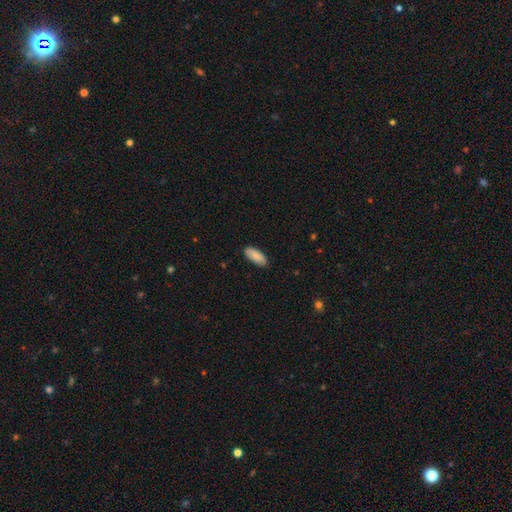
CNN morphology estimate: Smooth or featured?
  - smooth: 89% *
  - featured or disk: 6%
  - star or artifact: 5%
How rounded?
  - in between: 82% *
  - cigar-shaped: 16%
  - round: 2%
Merging?
  - none: 87% *
  - minor disturbance: 10%
  - major disturbance: 2%
  - merger: 1%